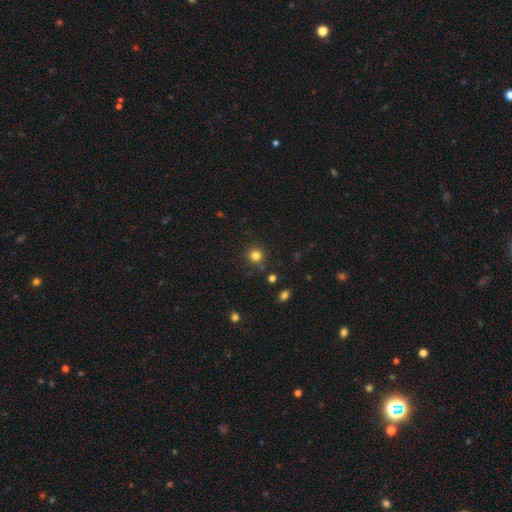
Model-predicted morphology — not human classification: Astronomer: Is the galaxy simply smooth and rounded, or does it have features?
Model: smooth — 81%.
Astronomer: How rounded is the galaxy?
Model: round — 92%.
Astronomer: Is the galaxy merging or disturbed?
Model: none — 85%.